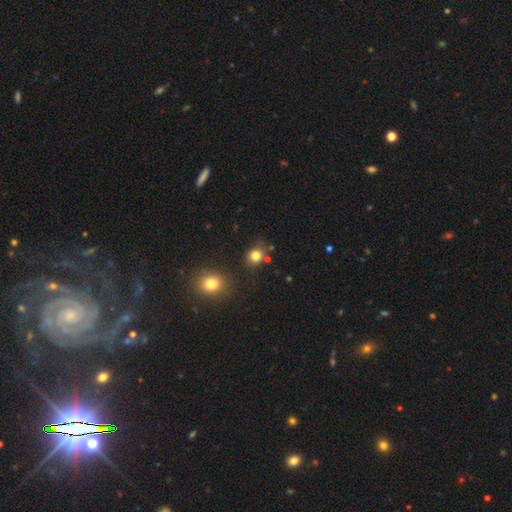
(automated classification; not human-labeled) The model was most divided on "how rounded": round: 77%, in between: 22%, cigar-shaped: 1%. More confident: smooth or featured — smooth (80%); merging — none (77%).